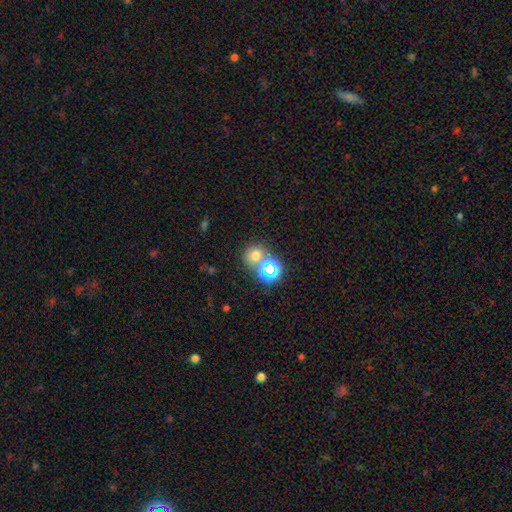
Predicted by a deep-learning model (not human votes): A smooth galaxy with no disk features (63%) that is round (78%). Merging: none (58%).